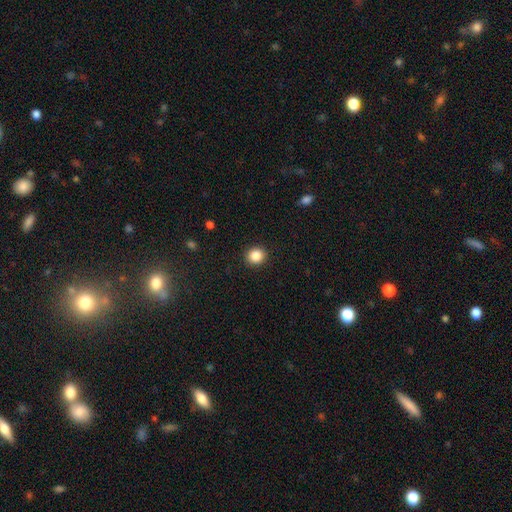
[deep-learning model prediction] smooth-or-featured: smooth: 86% | star or artifact: 10% | featured or disk: 4%
  how-rounded: round: 86% | in between: 13% | cigar-shaped: 1%
  merging: none: 91% | minor disturbance: 6% | major disturbance: 2% | merger: 1%